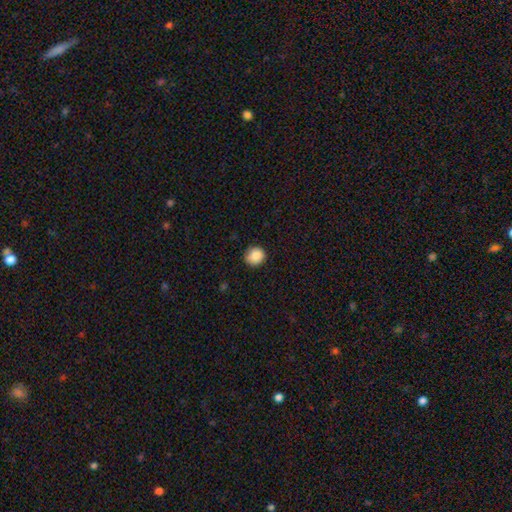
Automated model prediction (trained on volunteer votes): smooth 88%, star or artifact 9%, featured or disk 4%. Down the decision tree: how rounded — round (87%); merging — none (84%).